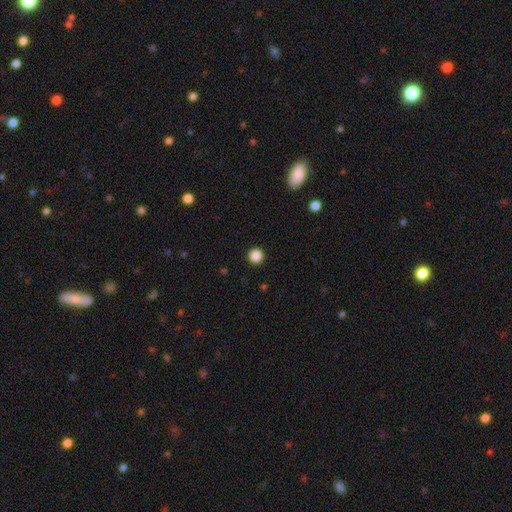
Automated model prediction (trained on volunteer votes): The model was most divided on "smooth or featured": smooth: 87%, star or artifact: 11%, featured or disk: 3%. More confident: how rounded — round (96%); merging — none (94%).